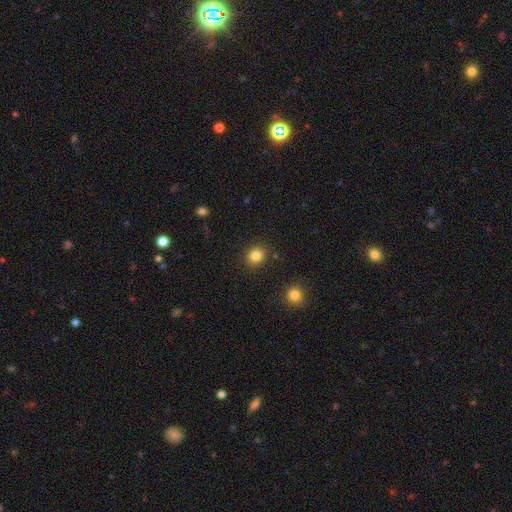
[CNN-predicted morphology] Smooth or featured? Predicted: smooth (p=0.84). How rounded? Predicted: round (p=0.78). Merging? Predicted: none (p=0.88).